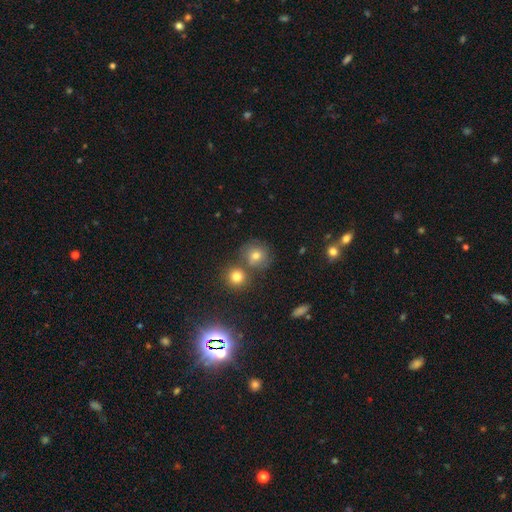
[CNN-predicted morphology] smooth 70%, featured or disk 15%, star or artifact 15%. Down the decision tree: how rounded — round (85%); merging — none (59%).